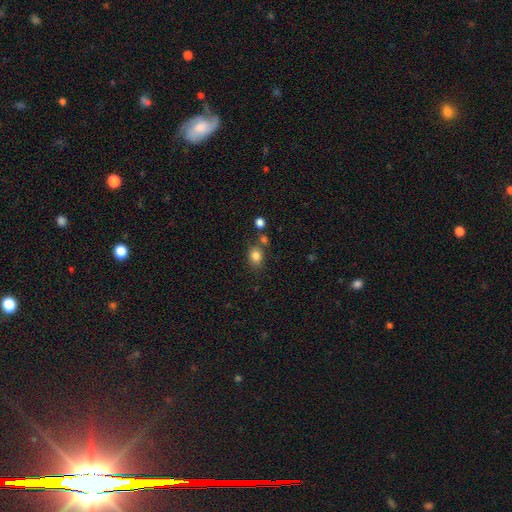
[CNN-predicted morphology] Smooth or featured? smooth (82%)
How rounded? in between (52%)
Merging? none (67%)